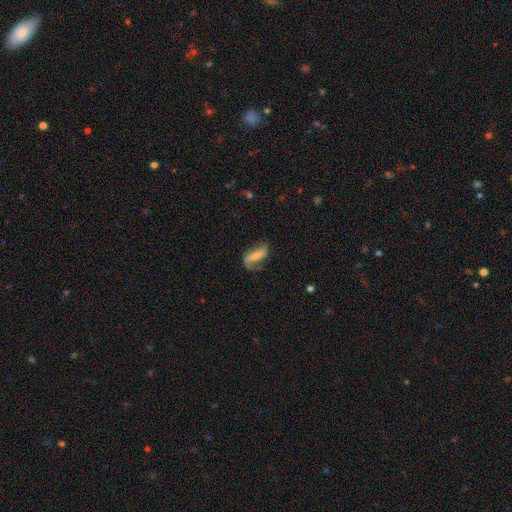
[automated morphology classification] smooth-or-featured: featured or disk: 52% | smooth: 40% | star or artifact: 8%
  disk-edge-on: no: 87% | yes: 13%
  merging: none: 52% | minor disturbance: 25% | major disturbance: 20% | merger: 3%